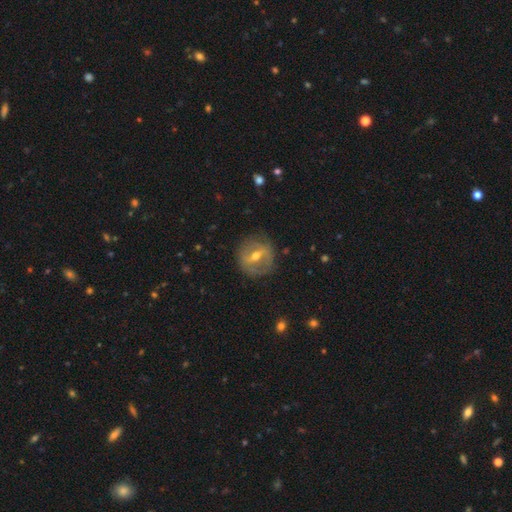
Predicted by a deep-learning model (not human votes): Q: Smooth or featured?
A: featured or disk (67%); runner-up: smooth (26%)
Q: Edge-on disk?
A: no (89%); runner-up: yes (11%)
Q: Bar?
A: strong (45%); runner-up: weak (39%)
Q: Spiral arms?
A: no (57%); runner-up: yes (43%)
Q: Bulge size?
A: moderate (69%); runner-up: small (26%)
Q: Merging?
A: none (78%); runner-up: minor disturbance (15%)